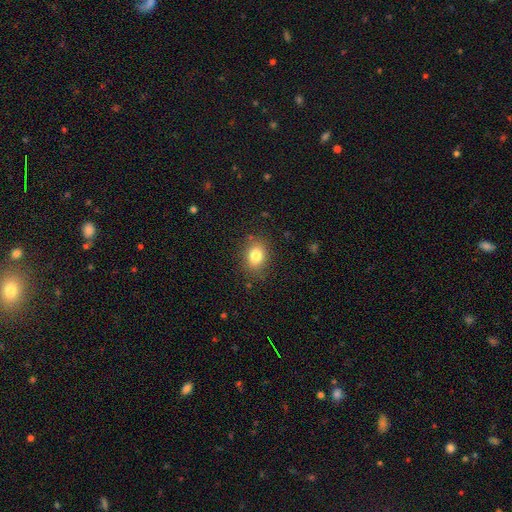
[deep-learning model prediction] smooth 81%, star or artifact 10%, featured or disk 8%. Down the decision tree: how rounded — in between (59%); merging — none (84%).